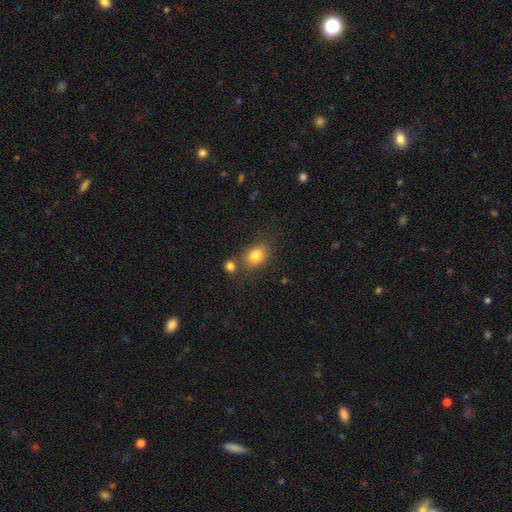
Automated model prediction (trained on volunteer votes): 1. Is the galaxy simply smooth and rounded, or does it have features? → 82% smooth, 10% star or artifact, 8% featured or disk.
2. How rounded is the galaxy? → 64% in between, 35% round, 1% cigar-shaped.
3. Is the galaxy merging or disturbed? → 65% none, 17% merger, 14% minor disturbance, 4% major disturbance.